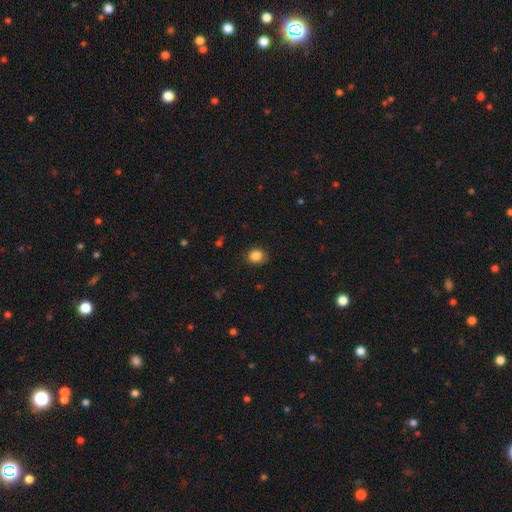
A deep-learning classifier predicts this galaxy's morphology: Overall: smooth (86%). How rounded: round (73%). Merging: none (82%).